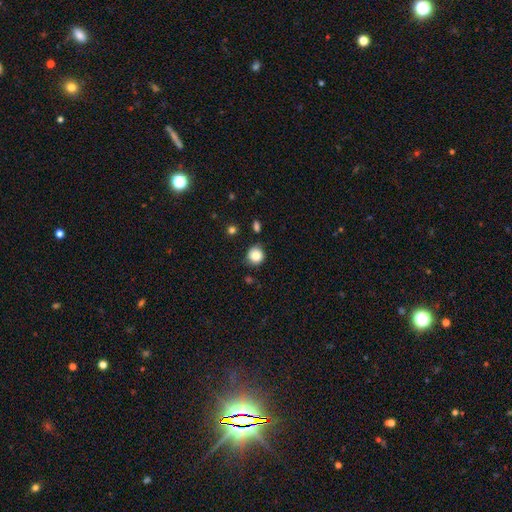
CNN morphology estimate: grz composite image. It shows a smooth galaxy with no disk features (83%) that is round (92%). Merging: none (82%).